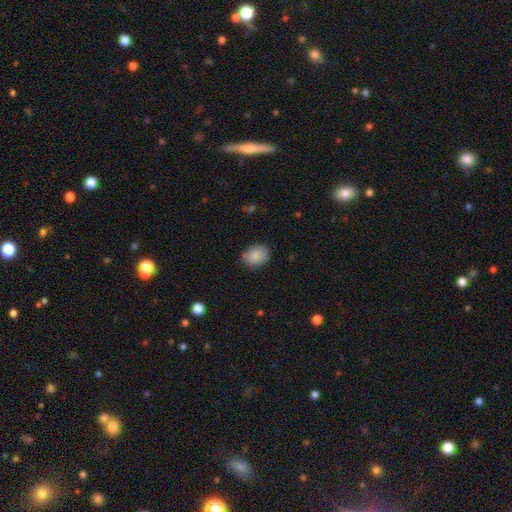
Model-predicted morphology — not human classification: smooth 88%, star or artifact 7%, featured or disk 5%. Down the decision tree: how rounded — in between (63%); merging — none (80%).